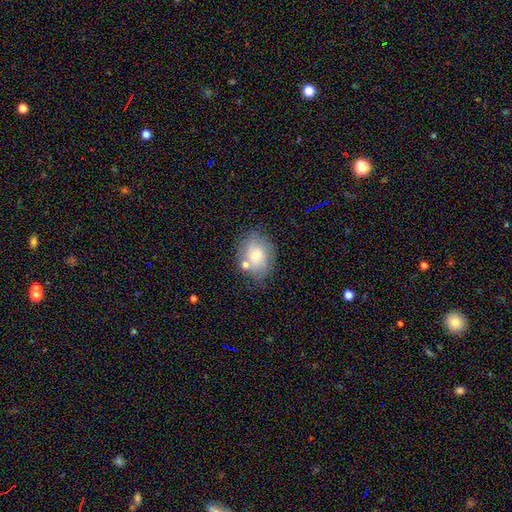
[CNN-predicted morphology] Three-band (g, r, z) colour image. It shows a smooth galaxy with no disk features (61%) that is in between round and cigar-shaped (53%). Merging: none (62%).